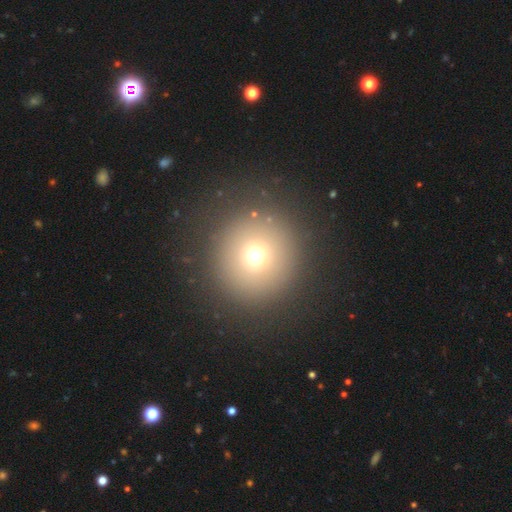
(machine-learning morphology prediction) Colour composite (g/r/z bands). It shows a smooth galaxy with no disk features (68%) that is round (95%). Merging: none (87%).